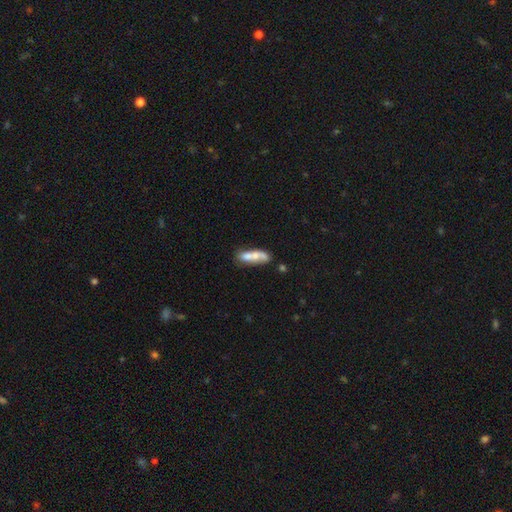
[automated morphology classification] smooth_or_featured: smooth (p=0.57) [alt: featured or disk p=0.36]
how_rounded: in between (p=0.58) [alt: cigar-shaped p=0.39]
merging: merger (p=0.41) [alt: none p=0.34]